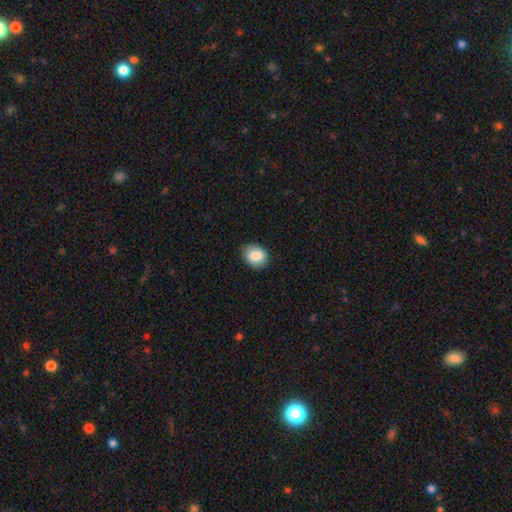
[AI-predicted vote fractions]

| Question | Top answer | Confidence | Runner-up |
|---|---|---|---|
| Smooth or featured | smooth | 84% | featured or disk (8%) |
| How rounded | in between | 58% | round (41%) |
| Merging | none | 84% | minor disturbance (13%) |